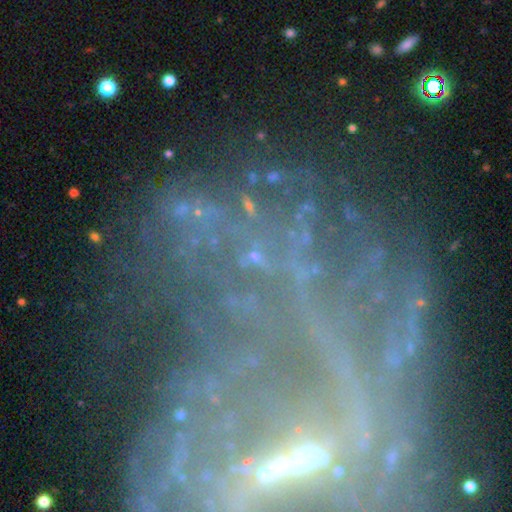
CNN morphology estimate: The model was most divided on "smooth or featured": star or artifact: 56%, featured or disk: 31%, smooth: 12%.